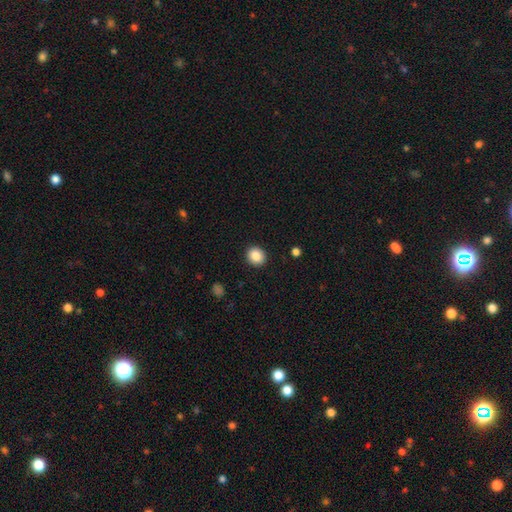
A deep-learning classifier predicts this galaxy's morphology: smooth-or-featured: smooth: 87% | star or artifact: 9% | featured or disk: 5%
  how-rounded: round: 79% | in between: 20% | cigar-shaped: 1%
  merging: none: 92% | minor disturbance: 5% | major disturbance: 2% | merger: 1%